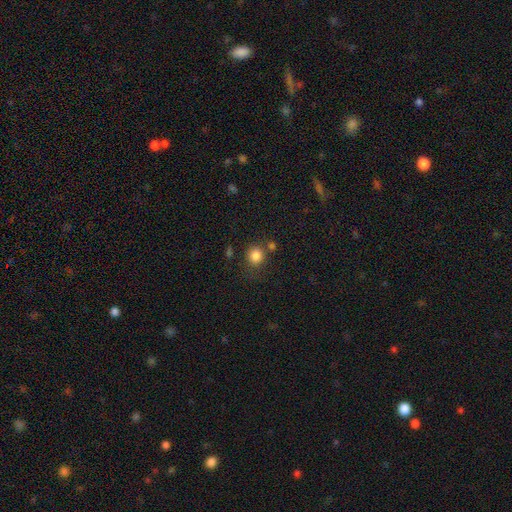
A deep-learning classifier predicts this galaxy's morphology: smooth 84%, star or artifact 11%, featured or disk 5%. Down the decision tree: how rounded — round (81%); merging — none (70%).